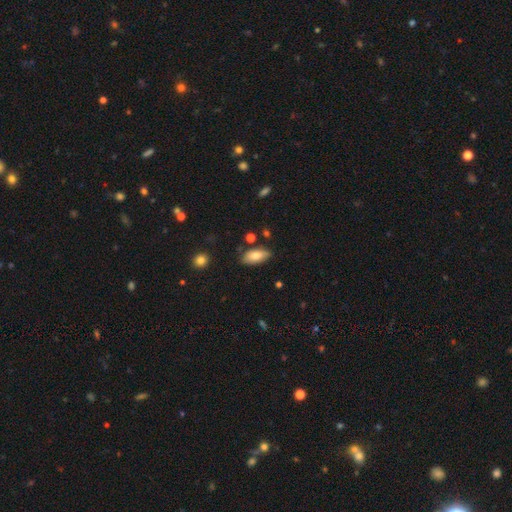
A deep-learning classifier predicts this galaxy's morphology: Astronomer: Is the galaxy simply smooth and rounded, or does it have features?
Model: smooth — 75%.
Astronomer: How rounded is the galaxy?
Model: in between — 89%.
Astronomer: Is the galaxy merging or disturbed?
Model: none — 76%.